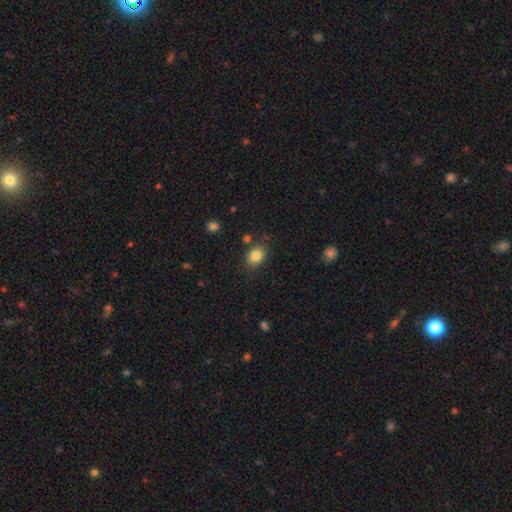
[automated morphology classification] Smooth or featured?
  - smooth: 83% *
  - star or artifact: 10%
  - featured or disk: 7%
How rounded?
  - in between: 55% *
  - round: 44%
  - cigar-shaped: 1%
Merging?
  - none: 79% *
  - minor disturbance: 13%
  - merger: 5%
  - major disturbance: 4%